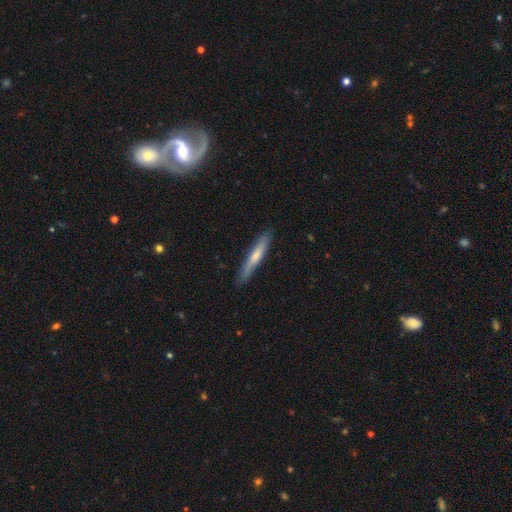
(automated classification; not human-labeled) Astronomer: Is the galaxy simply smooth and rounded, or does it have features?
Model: smooth — 61%.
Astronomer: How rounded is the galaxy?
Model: cigar-shaped — 94%.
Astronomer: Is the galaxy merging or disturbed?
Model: none — 86%.